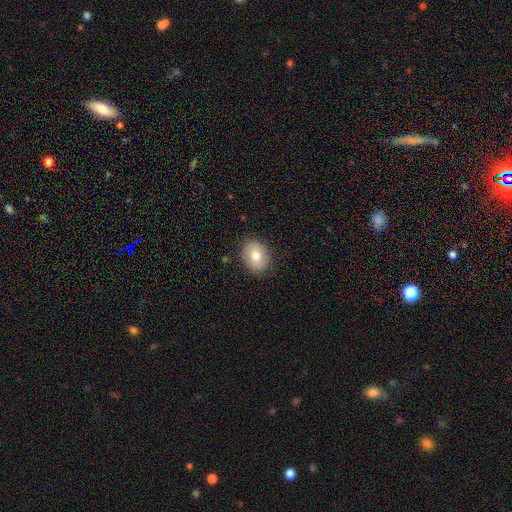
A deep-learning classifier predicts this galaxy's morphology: This is likely a smooth galaxy (77%). How rounded: likely in between (61%). Merging: clearly none (85%).